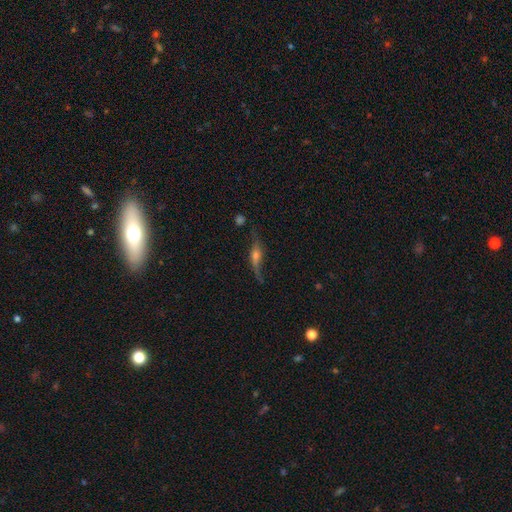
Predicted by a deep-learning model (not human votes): Smooth or featured: featured or disk — 65% (smooth — 24%)
Edge-on disk: yes — 56% (no — 44%)
Merging: none — 56% (minor disturbance — 24%)